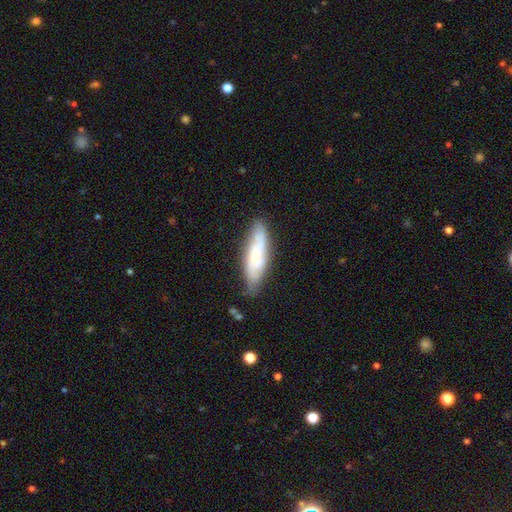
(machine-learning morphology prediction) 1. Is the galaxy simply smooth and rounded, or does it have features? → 54% smooth, 39% featured or disk, 8% star or artifact.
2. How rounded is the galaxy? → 62% cigar-shaped, 36% in between, 2% round.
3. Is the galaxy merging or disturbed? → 73% none, 20% minor disturbance, 4% major disturbance, 3% merger.